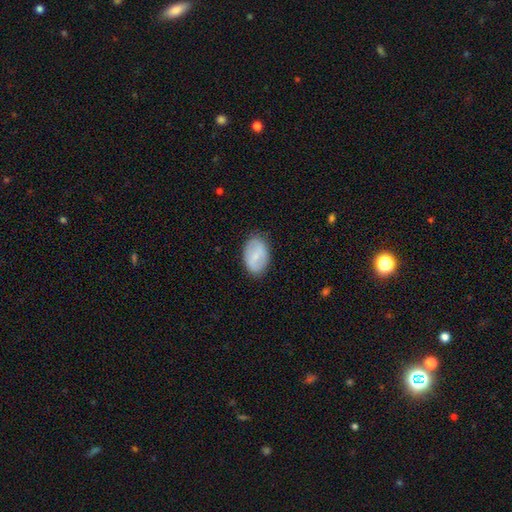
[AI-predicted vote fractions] A smooth galaxy with no disk features (61%) that is in between round and cigar-shaped (88%). Merging: none (80%).